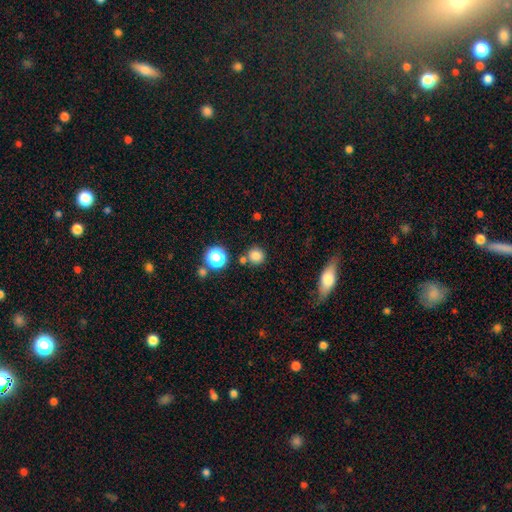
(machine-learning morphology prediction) Q: Smooth or featured?
A: smooth (80%); runner-up: star or artifact (15%)
Q: How rounded?
A: round (90%); runner-up: in between (8%)
Q: Merging?
A: none (78%); runner-up: minor disturbance (9%)